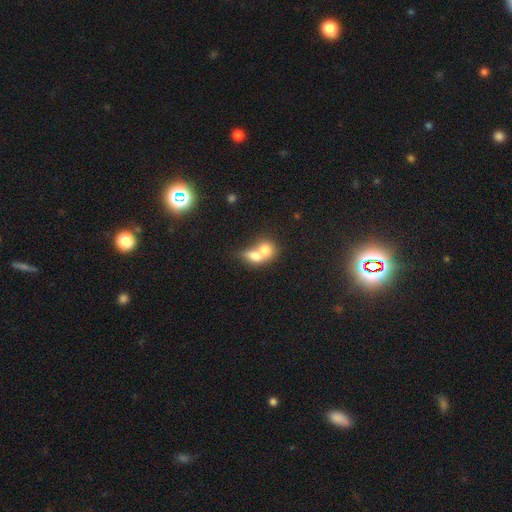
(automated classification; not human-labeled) Smooth or featured? Predicted: smooth (p=0.72). How rounded? Predicted: in between (p=0.60). Merging? Predicted: merger (p=0.76).